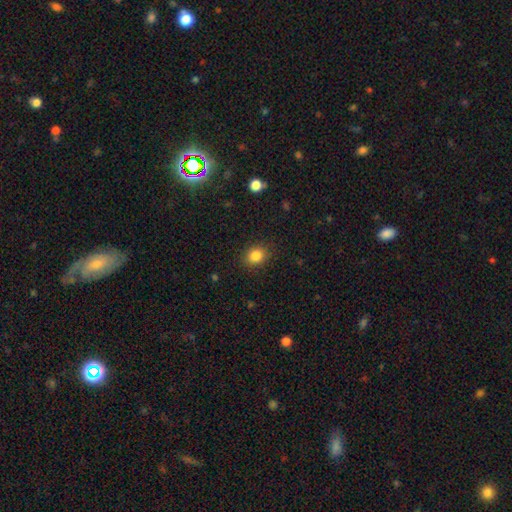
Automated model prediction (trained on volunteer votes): Overall: smooth (85%). How rounded: round (66%; in between 33%). Merging: none (87%).